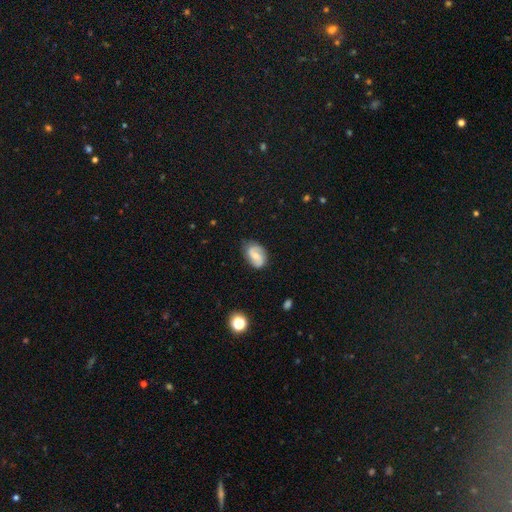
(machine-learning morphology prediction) This appears to be a featured or disk galaxy (57%) with a weak bar (46%), spiral arms (90%) and a small central bulge (45%). Merging: none (75%).